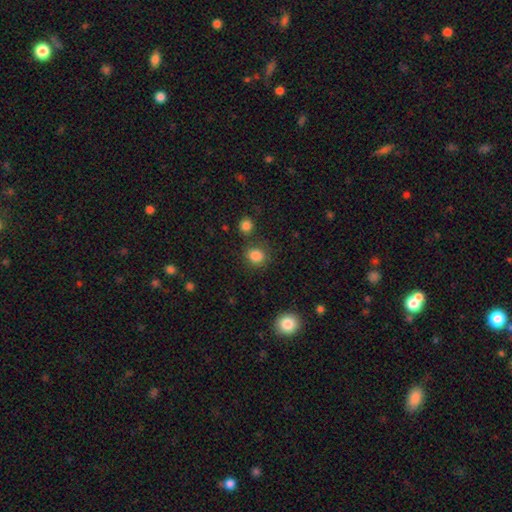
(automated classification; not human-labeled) smooth_or_featured: smooth (p=0.85) [alt: star or artifact p=0.11]
how_rounded: round (p=0.75) [alt: in between p=0.24]
merging: none (p=0.76) [alt: minor disturbance p=0.12]